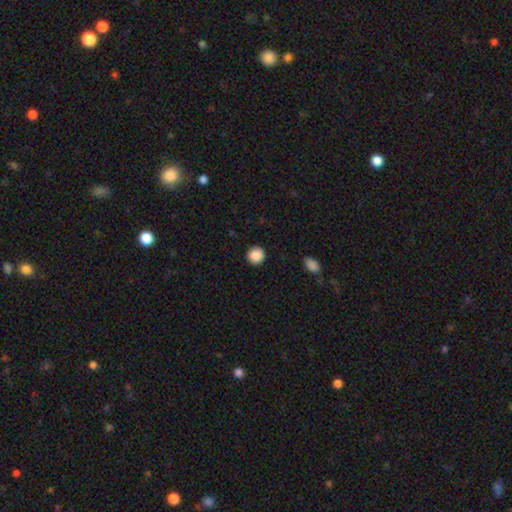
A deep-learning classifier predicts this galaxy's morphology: This is clearly a smooth galaxy (88%). How rounded: clearly round (92%). Merging: clearly none (88%).